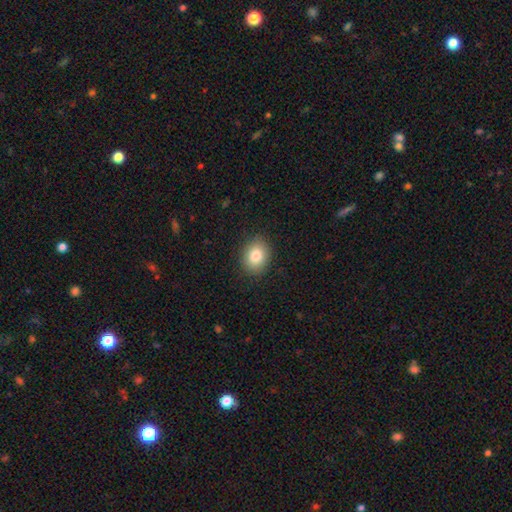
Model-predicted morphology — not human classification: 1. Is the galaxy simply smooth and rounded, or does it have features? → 82% smooth, 10% star or artifact, 8% featured or disk.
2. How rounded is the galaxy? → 52% round, 48% in between, 1% cigar-shaped.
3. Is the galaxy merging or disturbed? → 89% none, 8% minor disturbance, 2% major disturbance, 1% merger.